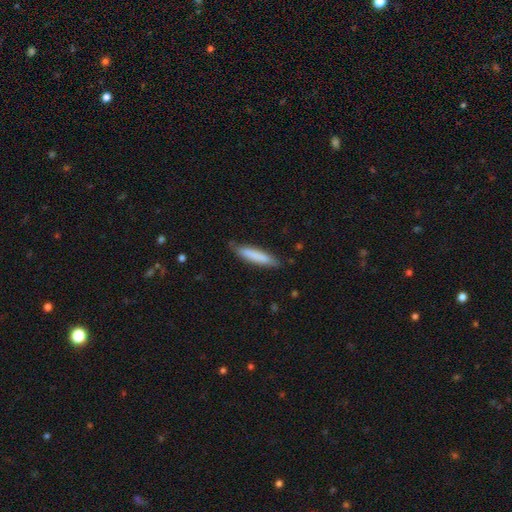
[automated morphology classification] Q: Smooth or featured?
A: smooth (78%); runner-up: featured or disk (17%)
Q: How rounded?
A: cigar-shaped (89%); runner-up: in between (10%)
Q: Merging?
A: none (82%); runner-up: minor disturbance (14%)